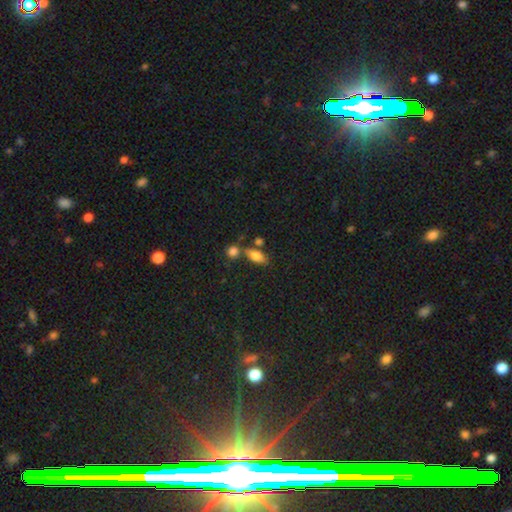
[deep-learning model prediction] The model was most divided on "merging": none: 60%, merger: 22%, minor disturbance: 14%, major disturbance: 5%. More confident: how rounded — in between (84%); smooth or featured — smooth (80%).